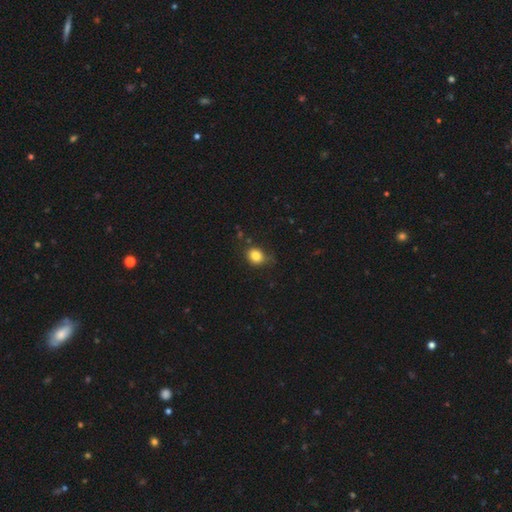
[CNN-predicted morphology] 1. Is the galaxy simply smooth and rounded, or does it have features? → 83% smooth, 11% star or artifact, 7% featured or disk.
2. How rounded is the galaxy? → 59% round, 40% in between, 1% cigar-shaped.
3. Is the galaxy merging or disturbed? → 71% none, 22% minor disturbance, 5% major disturbance, 2% merger.